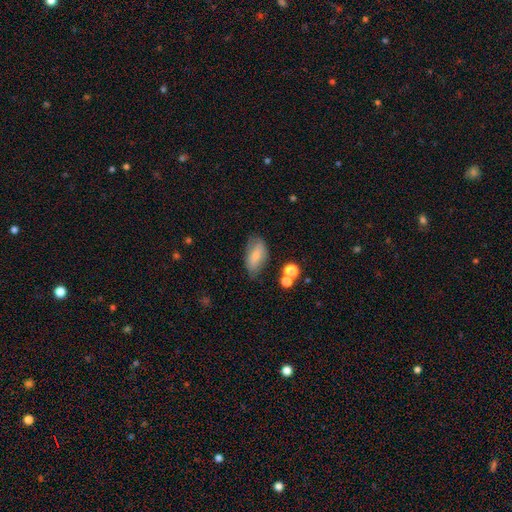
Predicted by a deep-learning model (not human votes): Smooth or featured? Predicted: smooth (p=0.71). How rounded? Predicted: in between (p=0.90). Merging? Predicted: none (p=0.67).